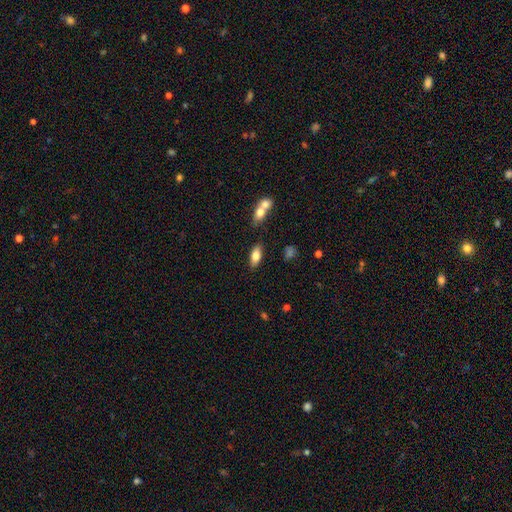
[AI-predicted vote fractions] smooth-or-featured: smooth: 77% | featured or disk: 15% | star or artifact: 8%
  how-rounded: in between: 84% | cigar-shaped: 12% | round: 3%
  merging: none: 81% | minor disturbance: 10% | merger: 6% | major disturbance: 3%